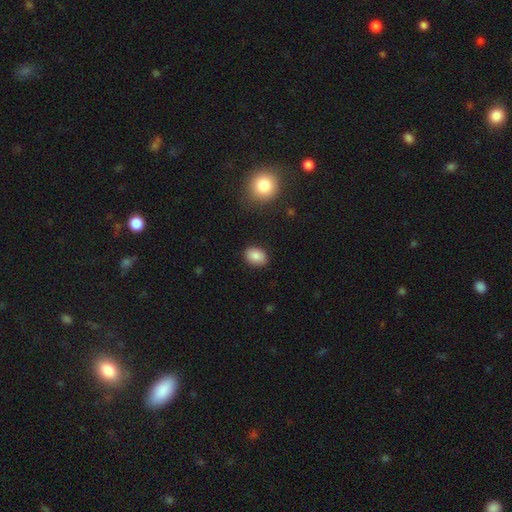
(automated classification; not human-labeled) This is clearly a smooth galaxy (87%). How rounded: likely in between (71%). Merging: clearly none (87%).